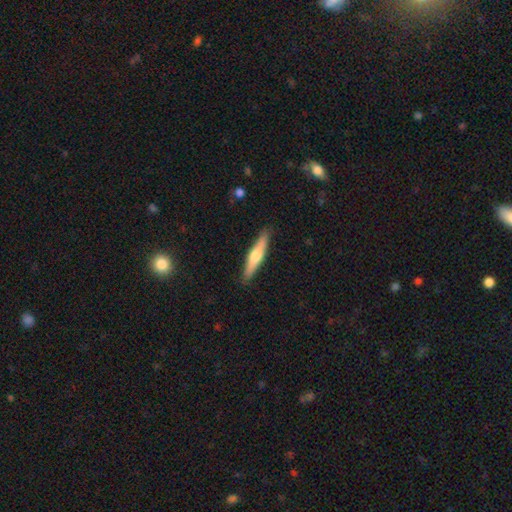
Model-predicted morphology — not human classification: A featured or disk galaxy (48%). Merging: none (89%).